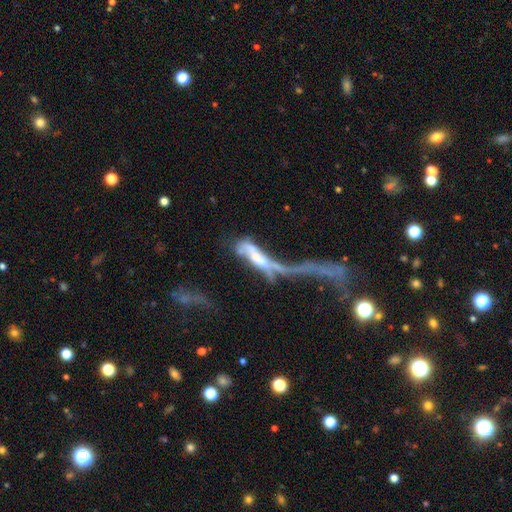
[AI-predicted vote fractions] A featured or disk galaxy (61%). Merging: merger (51%).